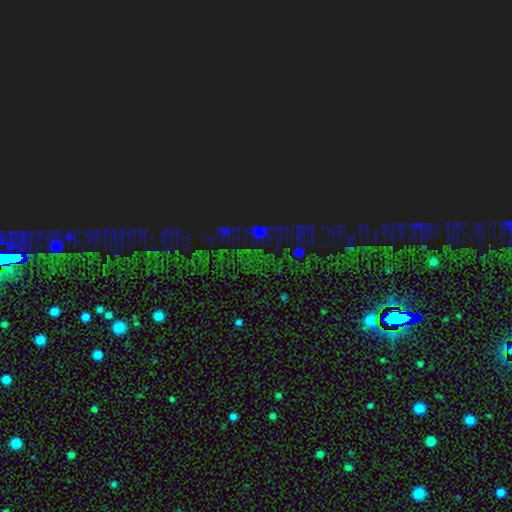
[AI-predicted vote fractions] smooth-or-featured: star or artifact: 84% | smooth: 9% | featured or disk: 7%